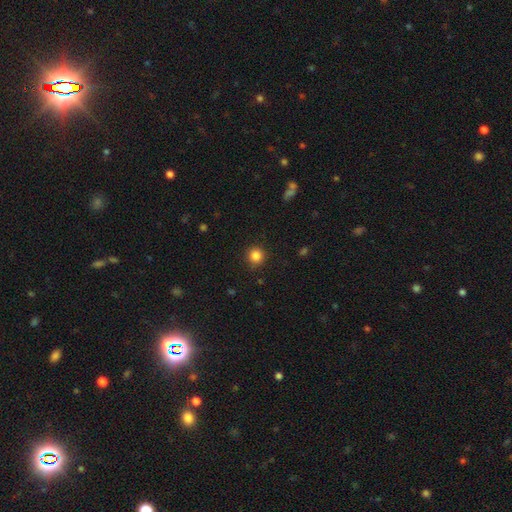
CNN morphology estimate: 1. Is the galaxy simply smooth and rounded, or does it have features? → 85% smooth, 11% star or artifact, 4% featured or disk.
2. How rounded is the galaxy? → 93% round, 7% in between, 1% cigar-shaped.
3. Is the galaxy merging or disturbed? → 89% none, 8% minor disturbance, 2% major disturbance, 1% merger.